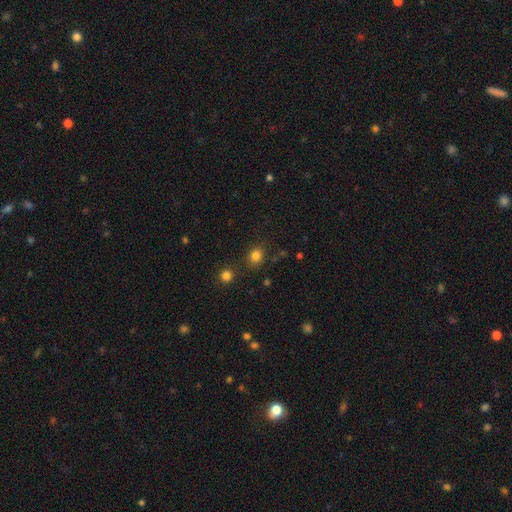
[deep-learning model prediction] This is clearly a smooth galaxy (81%). How rounded: likely round (69%). Merging: clearly none (80%).